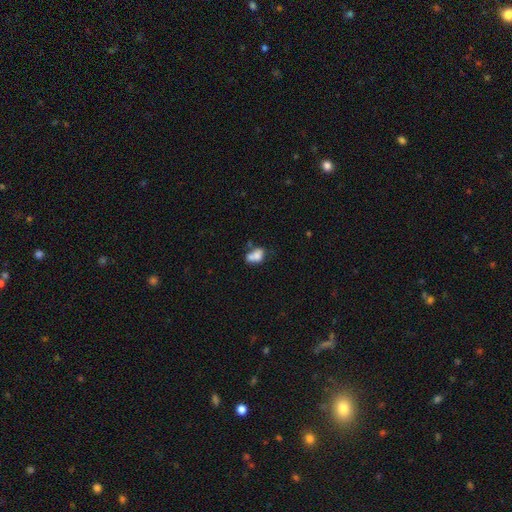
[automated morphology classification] Smooth or featured: smooth — 69% (featured or disk — 21%)
How rounded: in between — 76% (round — 22%)
Merging: merger — 46% (none — 27%)